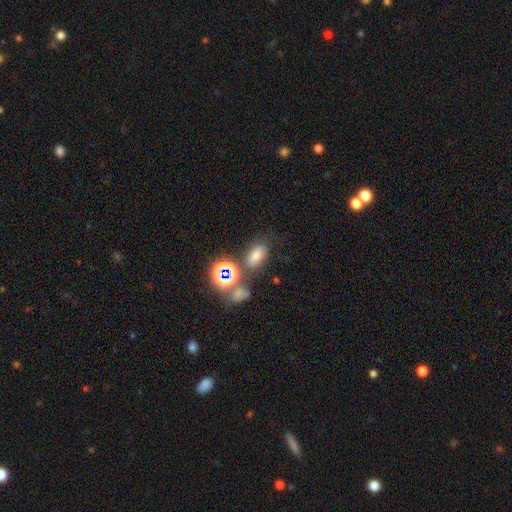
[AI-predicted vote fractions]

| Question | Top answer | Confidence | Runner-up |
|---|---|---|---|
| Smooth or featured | smooth | 61% | star or artifact (28%) |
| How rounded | in between | 79% | round (19%) |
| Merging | none | 66% | minor disturbance (14%) |